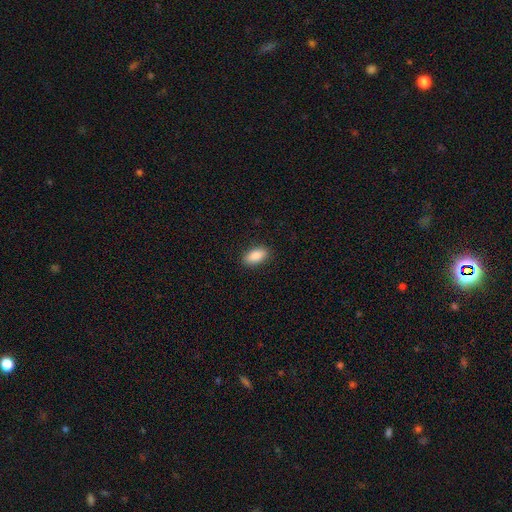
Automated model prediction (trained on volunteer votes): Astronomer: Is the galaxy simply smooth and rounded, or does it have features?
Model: smooth — 89%.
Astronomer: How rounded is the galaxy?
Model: in between — 92%.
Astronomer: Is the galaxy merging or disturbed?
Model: none — 89%.